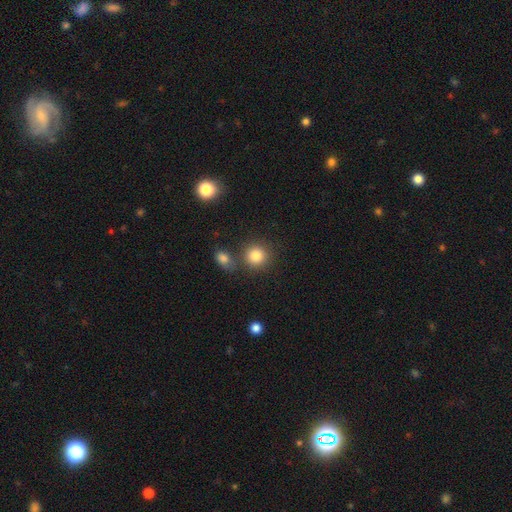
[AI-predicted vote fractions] A smooth galaxy with no disk features (83%) that is round (87%). Merging: none (73%).